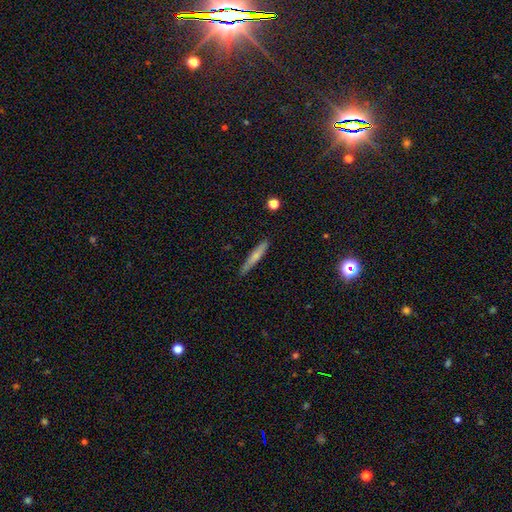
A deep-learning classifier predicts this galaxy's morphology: smooth 63%, featured or disk 31%, star or artifact 6%. Down the decision tree: how rounded — cigar-shaped (93%); merging — none (85%).